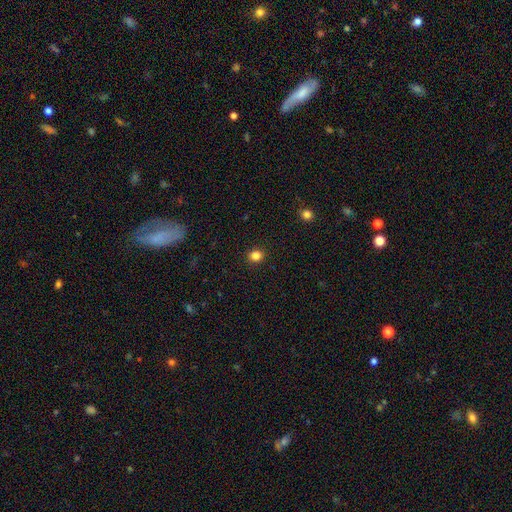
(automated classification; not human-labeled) A smooth galaxy with no disk features (84%) that is round (74%). Merging: none (91%).